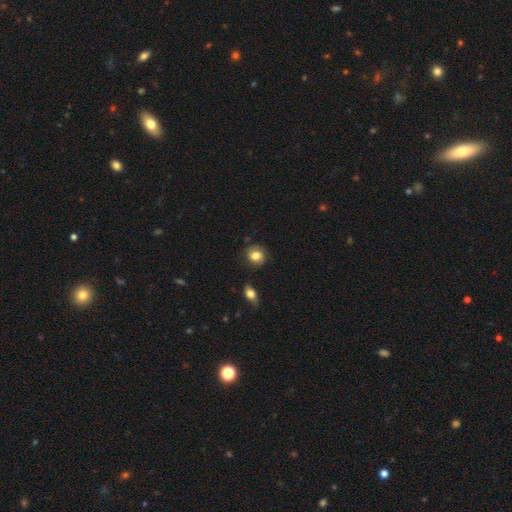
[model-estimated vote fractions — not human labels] smooth 79%, featured or disk 12%, star or artifact 9%. Down the decision tree: how rounded — round (78%); merging — none (76%).